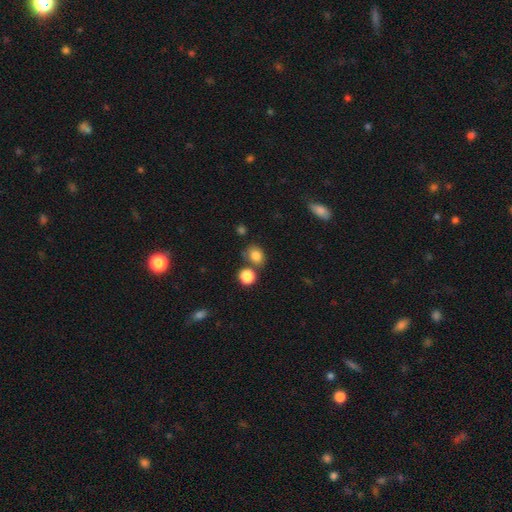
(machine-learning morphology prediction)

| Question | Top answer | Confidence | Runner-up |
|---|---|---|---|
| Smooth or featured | smooth | 82% | star or artifact (12%) |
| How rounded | round | 52% | in between (47%) |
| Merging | none | 65% | merger (17%) |